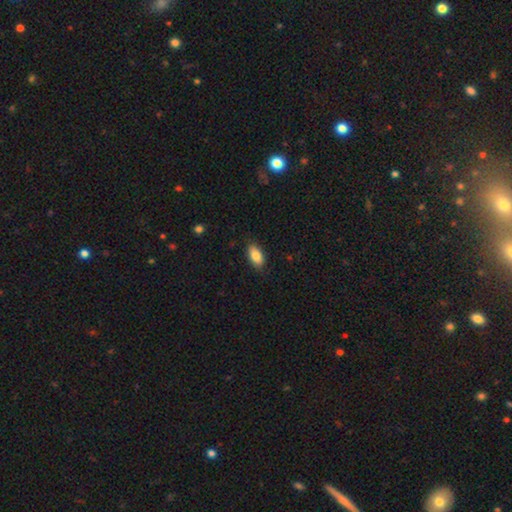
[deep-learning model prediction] Smooth or featured?
  - smooth: 86% *
  - featured or disk: 8%
  - star or artifact: 7%
How rounded?
  - in between: 92% *
  - cigar-shaped: 5%
  - round: 3%
Merging?
  - none: 86% *
  - minor disturbance: 11%
  - major disturbance: 2%
  - merger: 1%